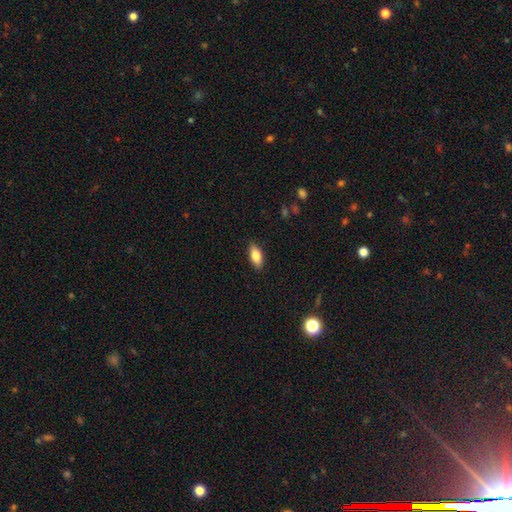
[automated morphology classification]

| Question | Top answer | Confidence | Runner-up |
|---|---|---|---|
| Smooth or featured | smooth | 79% | featured or disk (14%) |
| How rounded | in between | 84% | cigar-shaped (13%) |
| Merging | none | 88% | minor disturbance (9%) |